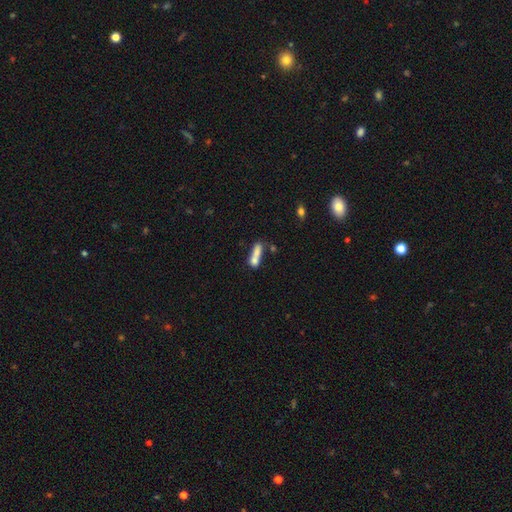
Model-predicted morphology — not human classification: Q: Smooth or featured?
A: smooth (68%); runner-up: featured or disk (21%)
Q: How rounded?
A: cigar-shaped (47%); runner-up: in between (45%)
Q: Merging?
A: merger (53%); runner-up: none (28%)